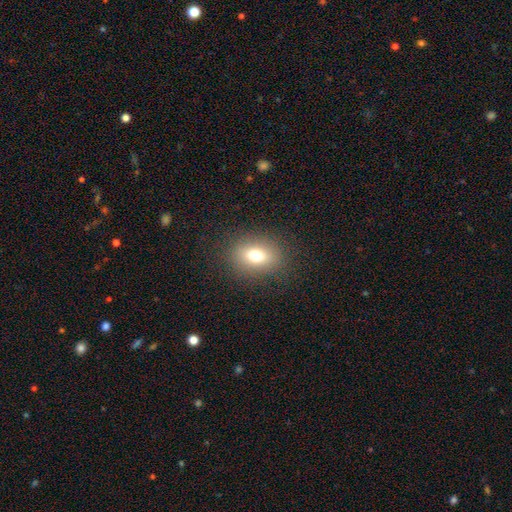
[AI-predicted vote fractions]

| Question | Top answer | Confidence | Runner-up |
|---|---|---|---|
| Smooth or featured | smooth | 73% | star or artifact (14%) |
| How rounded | in between | 55% | round (43%) |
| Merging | none | 86% | minor disturbance (9%) |